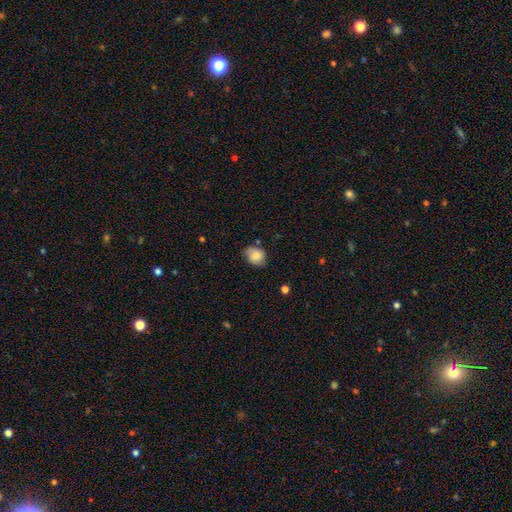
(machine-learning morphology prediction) Smooth or featured? Predicted: smooth (p=0.76). How rounded? Predicted: round (p=0.59). Merging? Predicted: none (p=0.66).